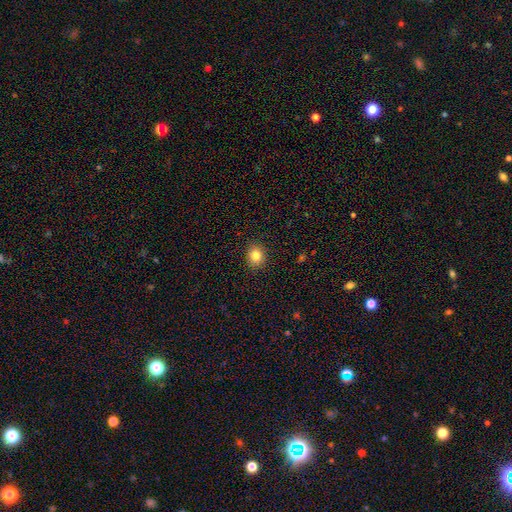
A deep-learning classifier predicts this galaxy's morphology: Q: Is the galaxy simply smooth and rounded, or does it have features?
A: smooth — 83%.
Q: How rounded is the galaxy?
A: round — 64%.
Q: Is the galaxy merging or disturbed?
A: none — 90%.